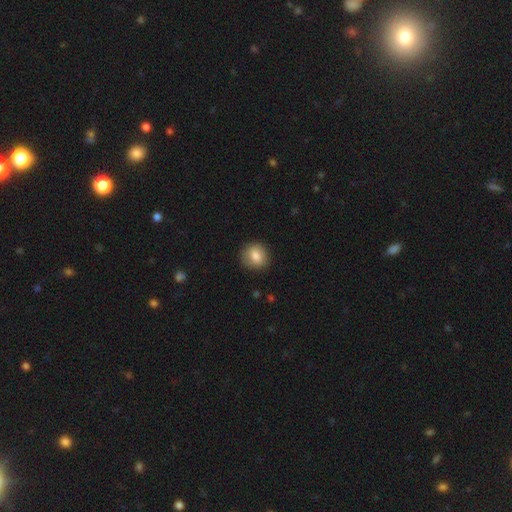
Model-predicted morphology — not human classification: Smooth or featured? Predicted: smooth (p=0.81). How rounded? Predicted: round (p=0.79). Merging? Predicted: none (p=0.85).